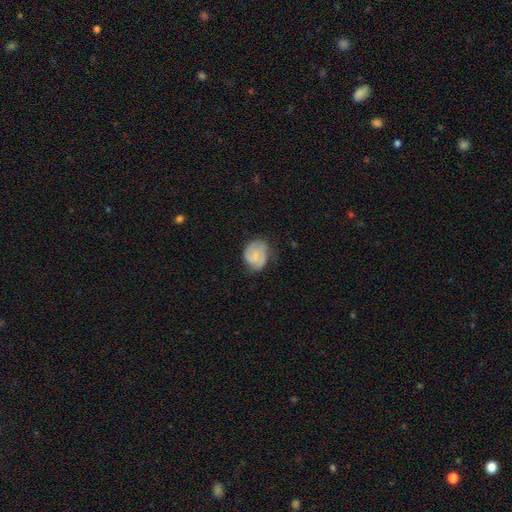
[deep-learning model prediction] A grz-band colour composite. It shows a smooth galaxy with no disk features (55%) that is round (56%). Merging: none (55%).